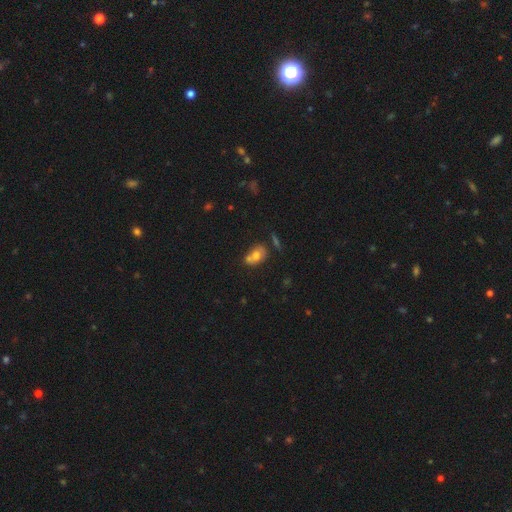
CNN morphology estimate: smooth 70%, featured or disk 20%, star or artifact 10%. Down the decision tree: how rounded — in between (70%); merging — none (39%, tied with merger).